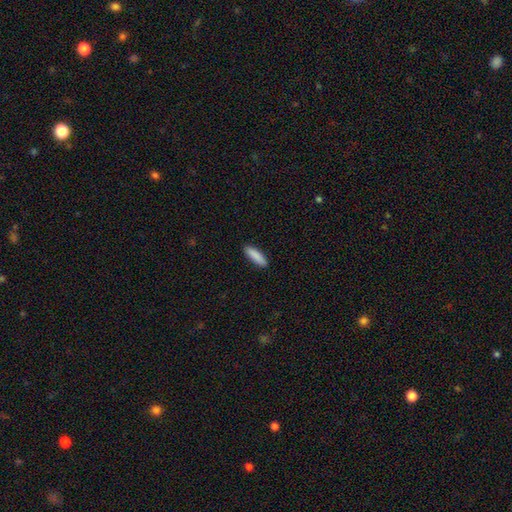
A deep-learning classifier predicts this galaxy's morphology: smooth_or_featured: smooth (p=0.90) [alt: star or artifact p=0.06]
how_rounded: cigar-shaped (p=0.60) [alt: in between p=0.38]
merging: none (p=0.90) [alt: minor disturbance p=0.07]